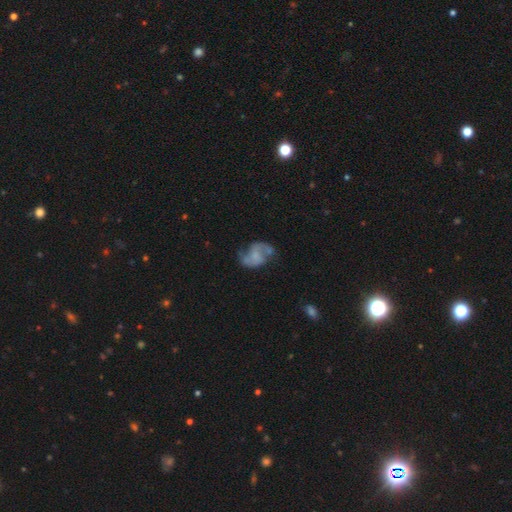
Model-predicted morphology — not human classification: smooth_or_featured: featured or disk (p=0.72) [alt: smooth p=0.20]
disk_edge_on: no (p=0.98) [alt: yes p=0.02]
bar: no (p=0.56) [alt: weak p=0.35]
has_spiral_arms: yes (p=0.88) [alt: no p=0.12]
spiral_winding: loose (p=0.53) [alt: medium p=0.37]
spiral_arm_count: 2 (p=0.89) [alt: can't tell p=0.05]
bulge_size: none (p=0.56) [alt: small p=0.23]
merging: none (p=0.55) [alt: minor disturbance p=0.23]